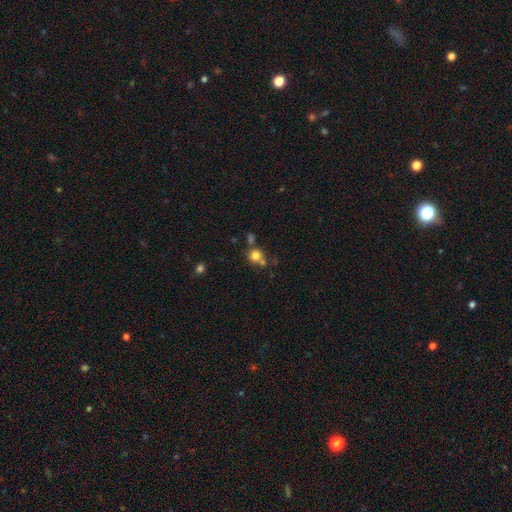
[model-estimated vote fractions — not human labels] Q: Smooth or featured?
A: smooth (75%); runner-up: star or artifact (15%)
Q: How rounded?
A: round (88%); runner-up: in between (11%)
Q: Merging?
A: none (59%); runner-up: merger (26%)